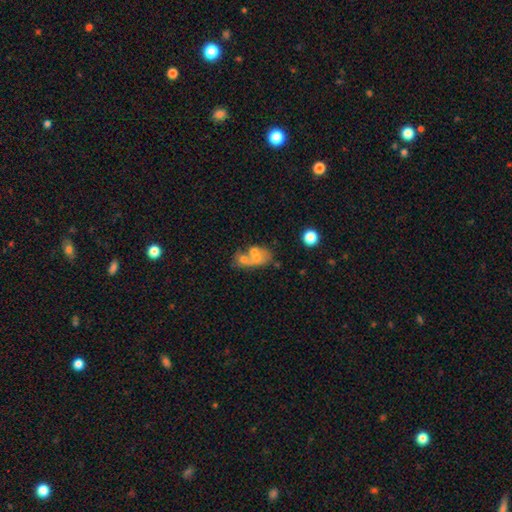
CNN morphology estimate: Overall: smooth (45%; featured or disk 43%). Merging: merger (60%).